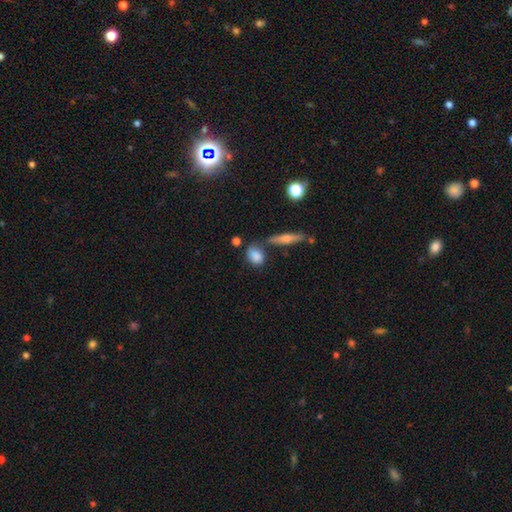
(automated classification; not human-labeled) Smooth or featured? Predicted: smooth (p=0.82). How rounded? Predicted: in between (p=0.58). Merging? Predicted: none (p=0.61).